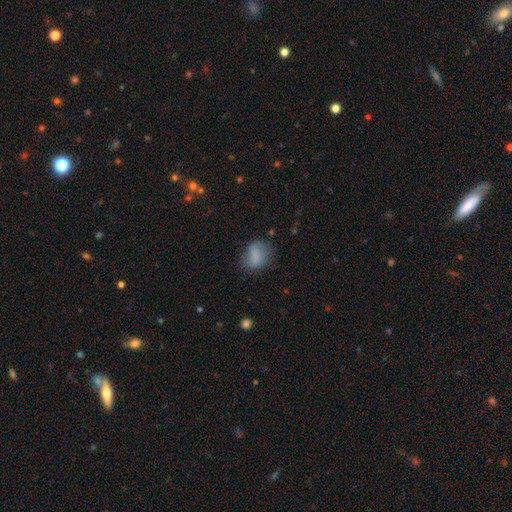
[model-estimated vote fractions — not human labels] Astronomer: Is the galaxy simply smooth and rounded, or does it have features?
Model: smooth — 79%.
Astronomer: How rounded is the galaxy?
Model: in between — 66%.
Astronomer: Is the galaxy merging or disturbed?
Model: none — 61%.